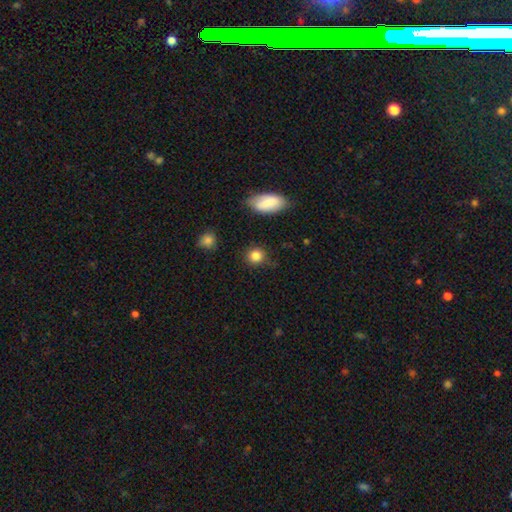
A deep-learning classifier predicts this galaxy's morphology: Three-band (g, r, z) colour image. It shows a smooth galaxy with no disk features (85%) that is round (84%). Merging: none (79%).